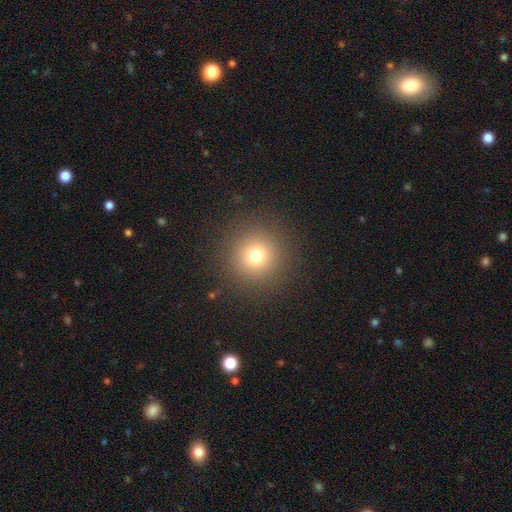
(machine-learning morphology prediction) This is likely a smooth galaxy (73%). How rounded: clearly round (95%). Merging: clearly none (90%).